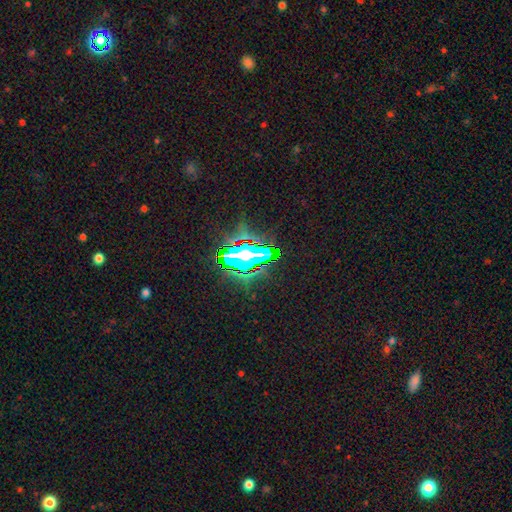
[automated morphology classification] This appears to be a star or artifact, not a galaxy (79%).